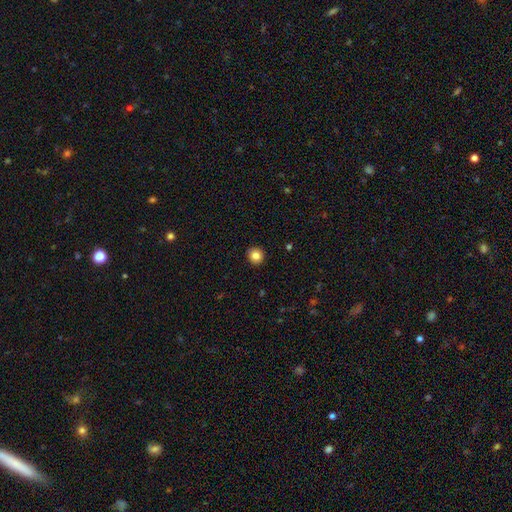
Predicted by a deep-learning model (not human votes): Smooth or featured? Predicted: smooth (p=0.84). How rounded? Predicted: round (p=0.91). Merging? Predicted: none (p=0.92).